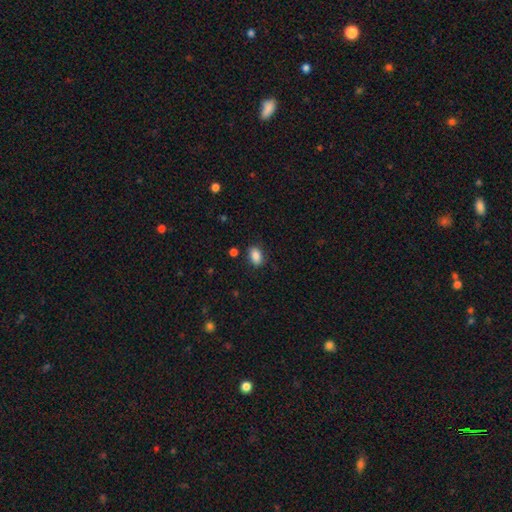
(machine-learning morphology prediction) This appears to be a smooth galaxy with no disk features (87%) that is in between round and cigar-shaped (87%). Merging: none (82%).